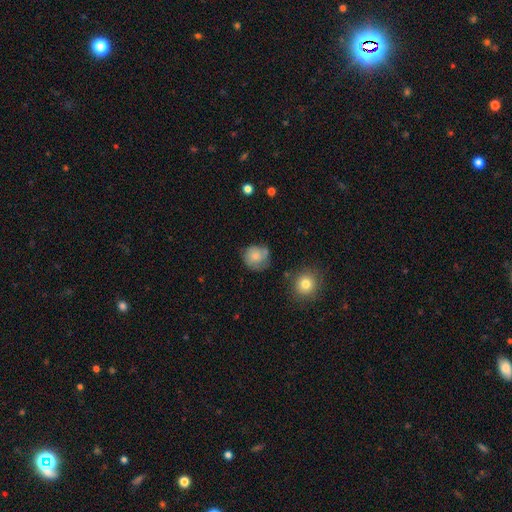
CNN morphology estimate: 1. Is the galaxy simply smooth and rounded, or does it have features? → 72% smooth, 19% featured or disk, 9% star or artifact.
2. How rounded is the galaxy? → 85% round, 14% in between, 1% cigar-shaped.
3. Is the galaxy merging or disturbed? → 60% none, 26% minor disturbance, 10% major disturbance, 5% merger.